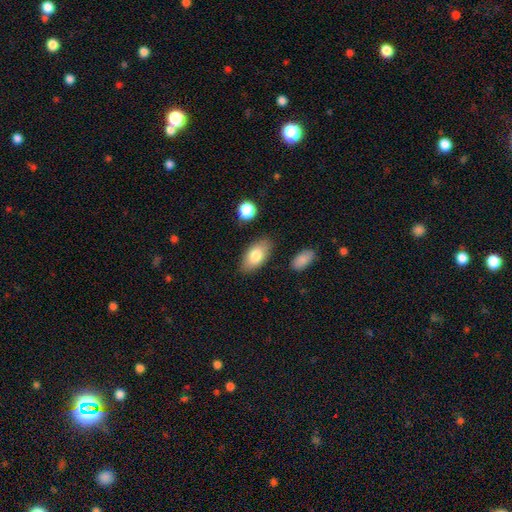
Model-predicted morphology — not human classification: smooth 79%, featured or disk 14%, star or artifact 7%. Down the decision tree: how rounded — in between (93%); merging — none (83%).